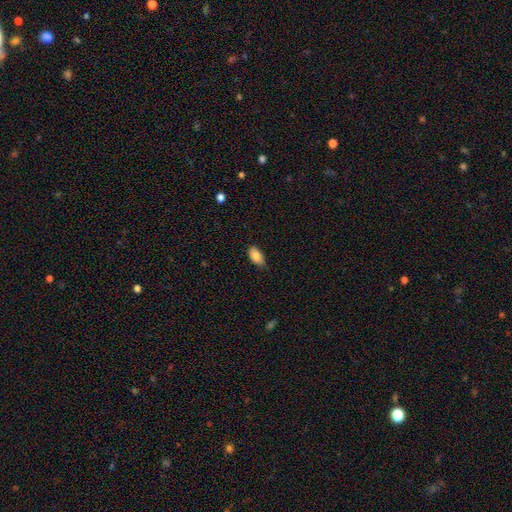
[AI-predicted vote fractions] smooth_or_featured: smooth (p=0.85) [alt: featured or disk p=0.08]
how_rounded: in between (p=0.94) [alt: round p=0.03]
merging: none (p=0.80) [alt: minor disturbance p=0.17]